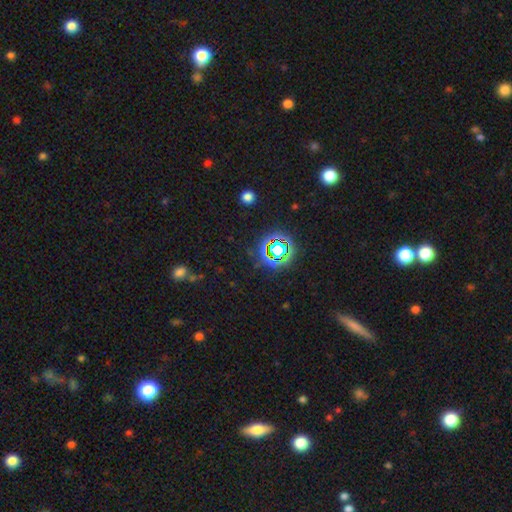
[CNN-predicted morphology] Smooth or featured?
  - star or artifact: 67% *
  - smooth: 22%
  - featured or disk: 10%